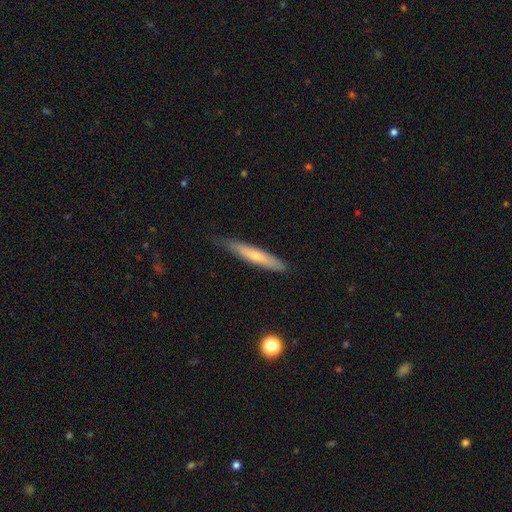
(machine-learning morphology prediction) Smooth or featured? Predicted: smooth (p=0.57). How rounded? Predicted: cigar-shaped (p=0.91). Merging? Predicted: none (p=0.73).